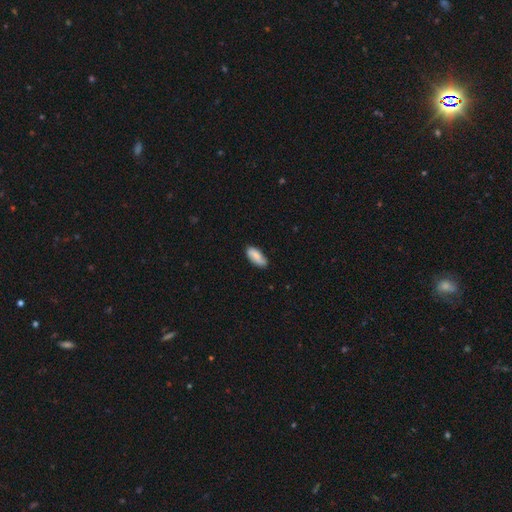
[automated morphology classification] type=smooth (80%); roundness=in between (83%); merging=none (76%).